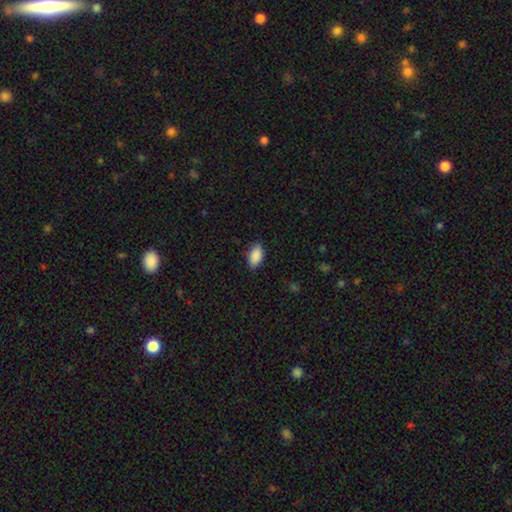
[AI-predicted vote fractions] Smooth or featured: smooth — 89% (star or artifact — 7%)
How rounded: in between — 93% (round — 5%)
Merging: none — 80% (minor disturbance — 16%)